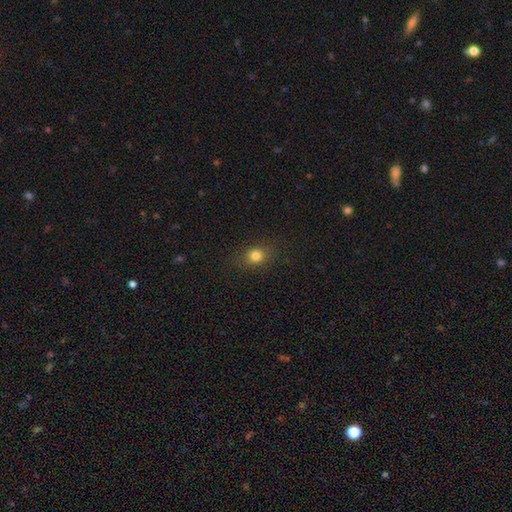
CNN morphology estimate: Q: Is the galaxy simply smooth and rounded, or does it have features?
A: smooth — 80%.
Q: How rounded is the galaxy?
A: round — 62%.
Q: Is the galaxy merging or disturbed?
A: none — 85%.